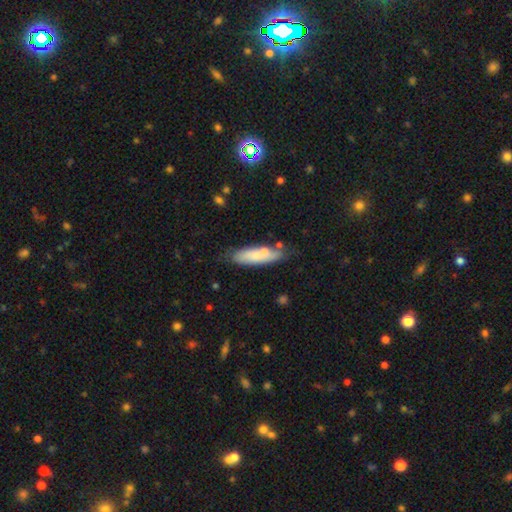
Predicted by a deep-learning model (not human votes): smooth 70%, featured or disk 23%, star or artifact 7%. Down the decision tree: how rounded — cigar-shaped (53%); merging — none (68%).